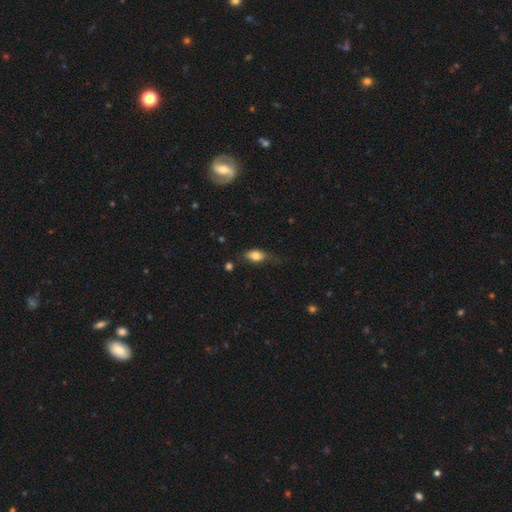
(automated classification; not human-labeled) Smooth or featured?
  - smooth: 78% *
  - featured or disk: 14%
  - star or artifact: 8%
How rounded?
  - in between: 84% *
  - cigar-shaped: 8%
  - round: 8%
Merging?
  - none: 52% *
  - minor disturbance: 32%
  - major disturbance: 13%
  - merger: 3%